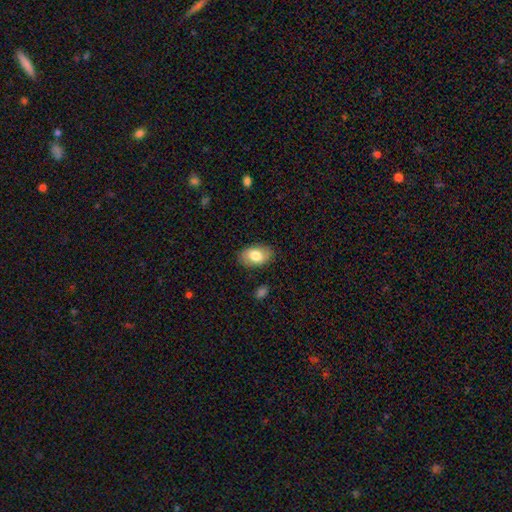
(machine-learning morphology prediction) smooth 79%, featured or disk 14%, star or artifact 7%. Down the decision tree: how rounded — in between (92%); merging — none (85%).